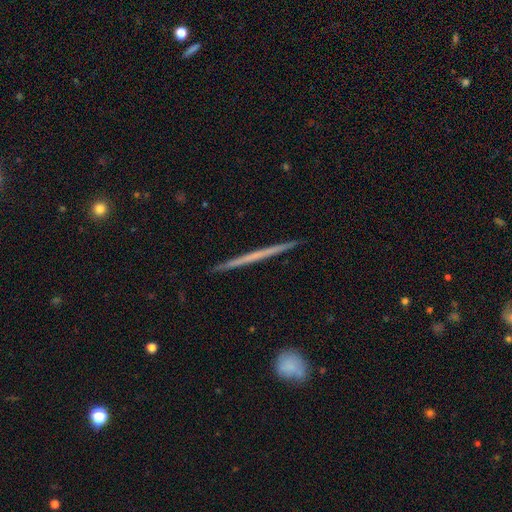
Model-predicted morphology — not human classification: Q: Smooth or featured?
A: featured or disk (57%); runner-up: smooth (37%)
Q: Edge-on disk?
A: yes (98%); runner-up: no (2%)
Q: Edge-on bulge?
A: none (91%); runner-up: rounded (6%)
Q: Merging?
A: none (93%); runner-up: minor disturbance (5%)